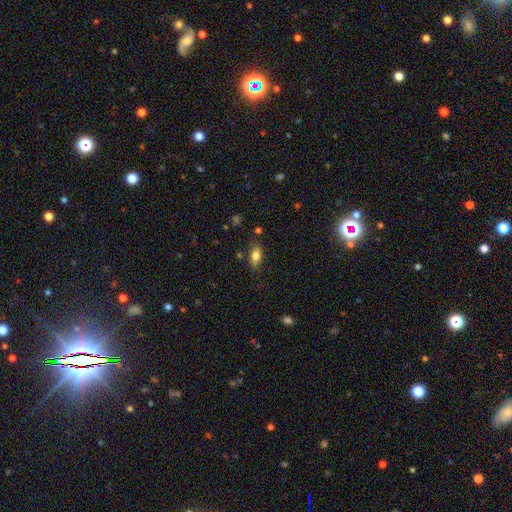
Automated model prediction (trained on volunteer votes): This is likely a smooth galaxy (80%). How rounded: clearly in between (86%). Merging: likely none (79%).